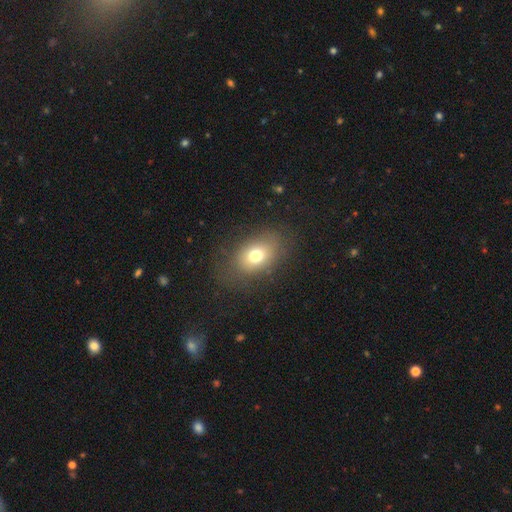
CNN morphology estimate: Smooth or featured?
  - smooth: 73% *
  - featured or disk: 15%
  - star or artifact: 13%
How rounded?
  - in between: 73% *
  - round: 26%
  - cigar-shaped: 1%
Merging?
  - none: 76% *
  - minor disturbance: 14%
  - major disturbance: 8%
  - merger: 1%